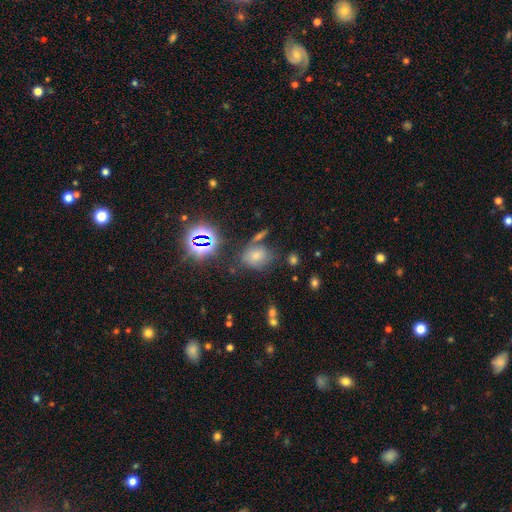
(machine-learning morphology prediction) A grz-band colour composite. It shows a smooth galaxy with no disk features (62%) that is in between round and cigar-shaped (57%). Merging: none (59%).